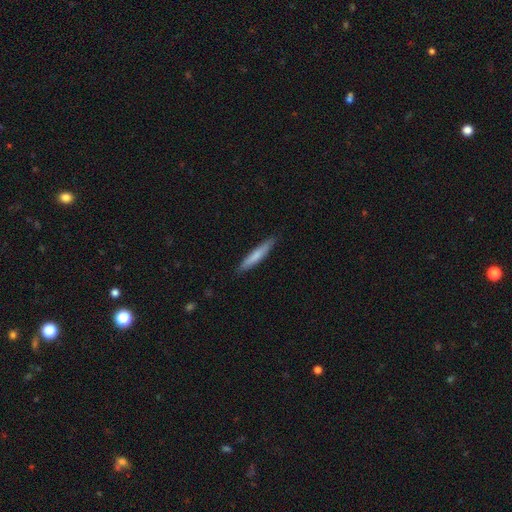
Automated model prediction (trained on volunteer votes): Q: Smooth or featured?
A: smooth (74%); runner-up: featured or disk (21%)
Q: How rounded?
A: cigar-shaped (93%); runner-up: in between (6%)
Q: Merging?
A: none (89%); runner-up: minor disturbance (9%)